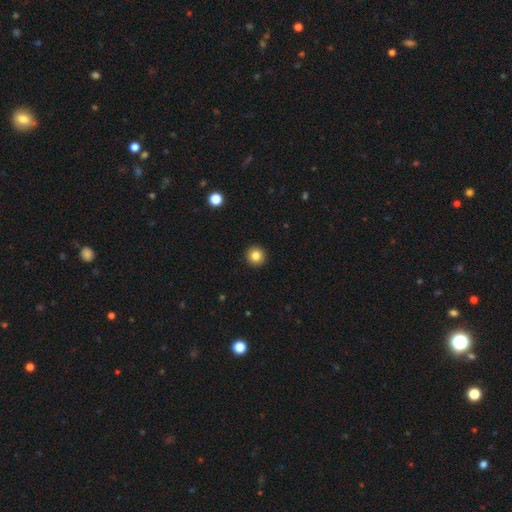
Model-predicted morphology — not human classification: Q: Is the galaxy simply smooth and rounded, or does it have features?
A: smooth — 83%.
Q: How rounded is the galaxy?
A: round — 95%.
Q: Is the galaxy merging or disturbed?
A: none — 94%.